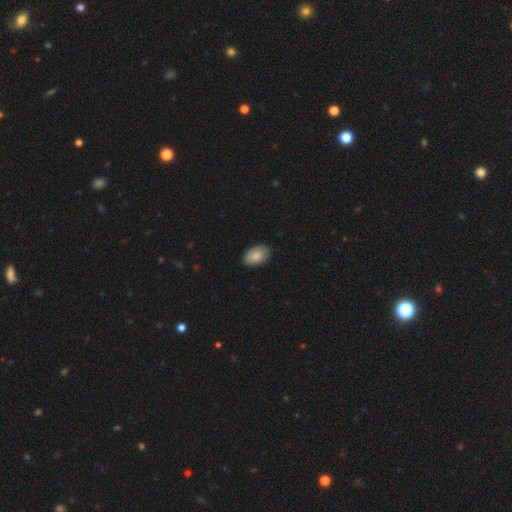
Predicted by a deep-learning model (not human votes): A smooth galaxy with no disk features (86%) that is in between round and cigar-shaped (93%). Merging: none (86%).